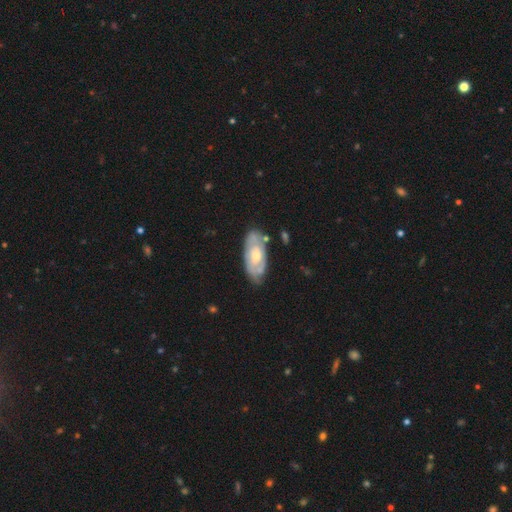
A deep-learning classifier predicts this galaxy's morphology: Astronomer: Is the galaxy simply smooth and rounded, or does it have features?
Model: featured or disk — 61%.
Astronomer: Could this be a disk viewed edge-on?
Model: no — 89%.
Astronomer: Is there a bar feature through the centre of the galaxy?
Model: no — 75%.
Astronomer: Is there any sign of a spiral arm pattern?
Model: yes — 67%.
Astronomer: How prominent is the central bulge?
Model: moderate — 57% (runner-up: small, 36%).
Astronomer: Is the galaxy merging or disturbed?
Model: none — 69%.